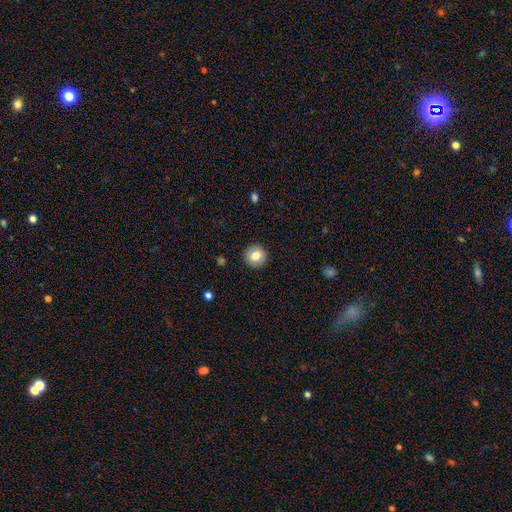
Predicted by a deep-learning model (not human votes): Q: Smooth or featured?
A: smooth (81%); runner-up: featured or disk (10%)
Q: How rounded?
A: round (94%); runner-up: in between (5%)
Q: Merging?
A: none (92%); runner-up: minor disturbance (5%)